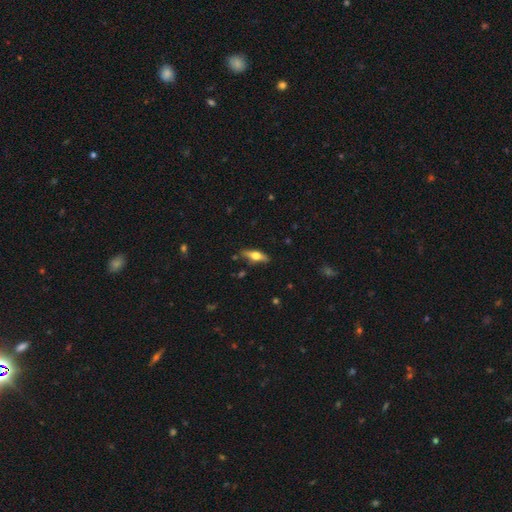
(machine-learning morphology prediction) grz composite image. It shows a featured or disk galaxy (52%) viewed edge-on (90%). Merging: none (82%).